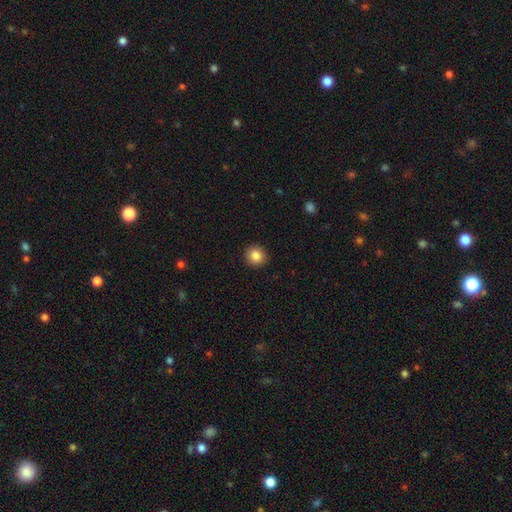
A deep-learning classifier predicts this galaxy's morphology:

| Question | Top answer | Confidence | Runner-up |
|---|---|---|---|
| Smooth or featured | smooth | 85% | star or artifact (10%) |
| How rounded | round | 90% | in between (9%) |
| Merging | none | 92% | minor disturbance (5%) |